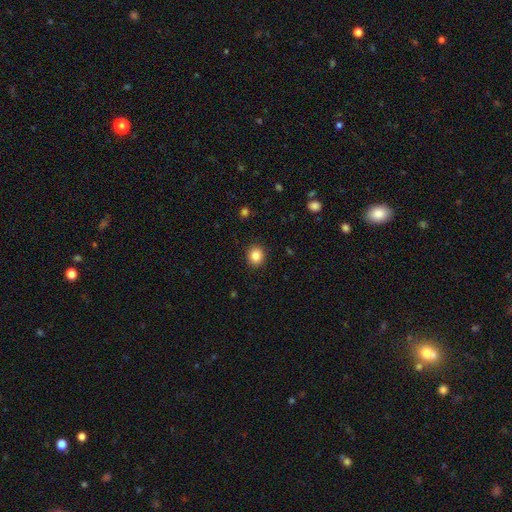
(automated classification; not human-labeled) Smooth or featured: smooth — 85% (star or artifact — 10%)
How rounded: round — 82% (in between — 17%)
Merging: none — 91% (minor disturbance — 6%)